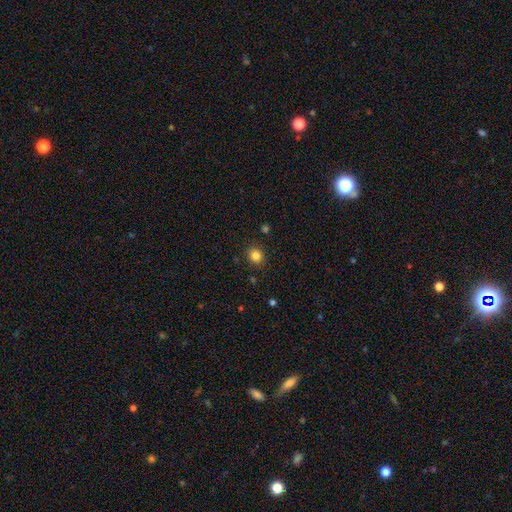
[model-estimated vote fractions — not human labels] smooth_or_featured: smooth (p=0.83) [alt: star or artifact p=0.12]
how_rounded: round (p=0.81) [alt: in between p=0.18]
merging: none (p=0.88) [alt: minor disturbance p=0.07]